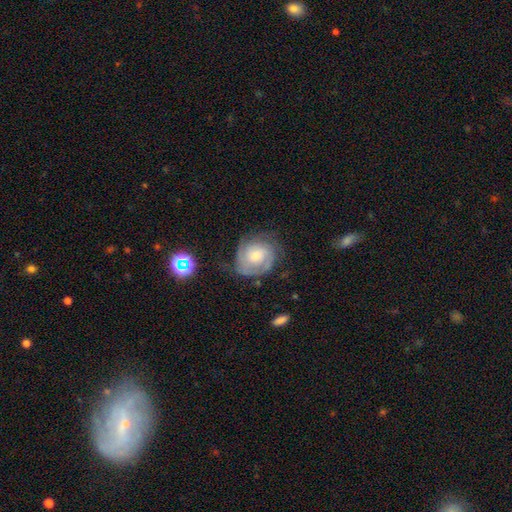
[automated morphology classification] smooth-or-featured: featured or disk: 72% | smooth: 21% | star or artifact: 7%
  disk-edge-on: no: 98% | yes: 2%
    bar: no: 71% | weak: 25% | strong: 4%
    has-spiral-arms: yes: 90% | no: 10%
      spiral-winding: tight: 62% | medium: 30% | loose: 9%
      spiral-arm-count: can't tell: 34% | 2: 33% | 3: 16% | 1: 7% | 4: 5% | more than 4: 4%
    bulge-size: moderate: 47% | small: 31% | large: 15% | none: 6% | dominant: 2%
  merging: none: 61% | minor disturbance: 23% | major disturbance: 14% | merger: 2%